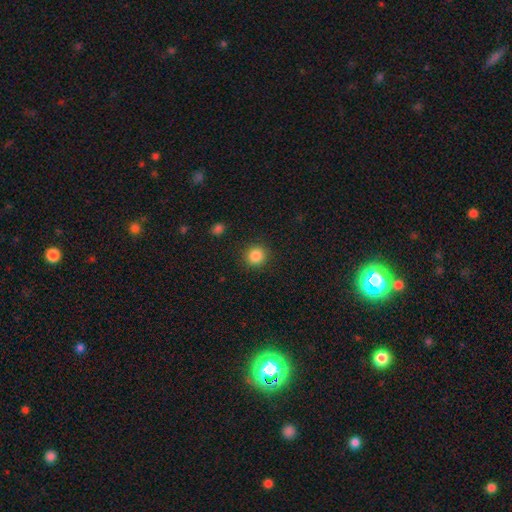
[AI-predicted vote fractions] A smooth galaxy with no disk features (86%) that is round (91%).

Vote fractions:
- Smooth or featured? smooth: 86% / star or artifact: 10% / featured or disk: 4%
- How rounded? round: 91% / in between: 8% / cigar-shaped: 1%
- Merging? none: 90% / minor disturbance: 6% / major disturbance: 3% / merger: 1%